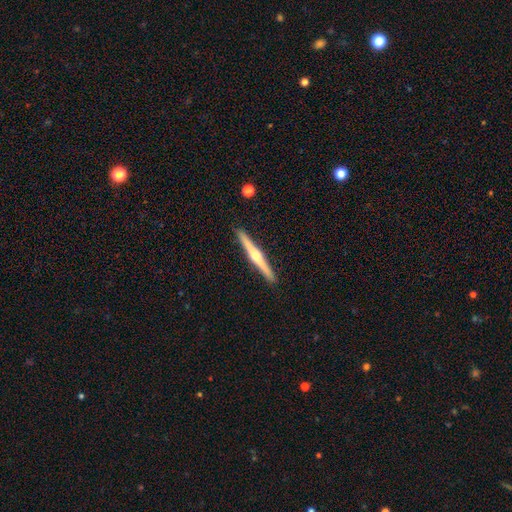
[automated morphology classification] This appears to be a featured or disk galaxy (73%) viewed edge-on (98%) with a rounded central bulge (87%). Merging: none (92%).